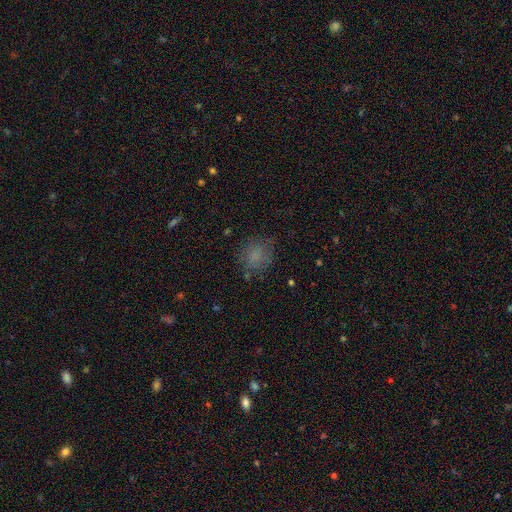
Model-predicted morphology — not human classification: Smooth or featured: smooth — 74% (star or artifact — 13%)
How rounded: round — 74% (in between — 25%)
Merging: none — 70% (minor disturbance — 19%)